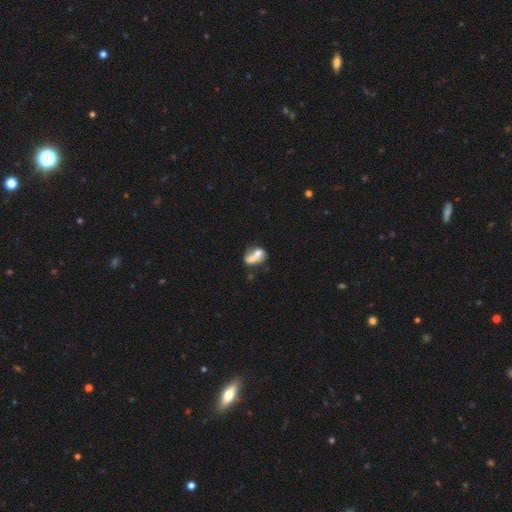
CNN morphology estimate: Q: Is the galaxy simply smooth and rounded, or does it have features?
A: smooth — 55%.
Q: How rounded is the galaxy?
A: in between — 70%.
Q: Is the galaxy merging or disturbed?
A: merger — 58%.